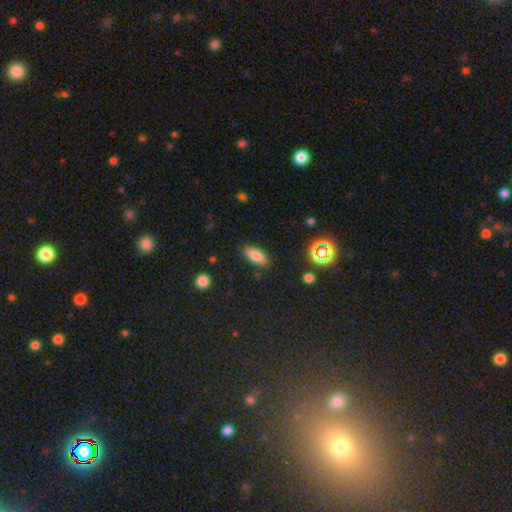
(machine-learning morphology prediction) smooth_or_featured: smooth (p=0.82) [alt: star or artifact p=0.10]
how_rounded: in between (p=0.82) [alt: cigar-shaped p=0.15]
merging: none (p=0.84) [alt: minor disturbance p=0.11]